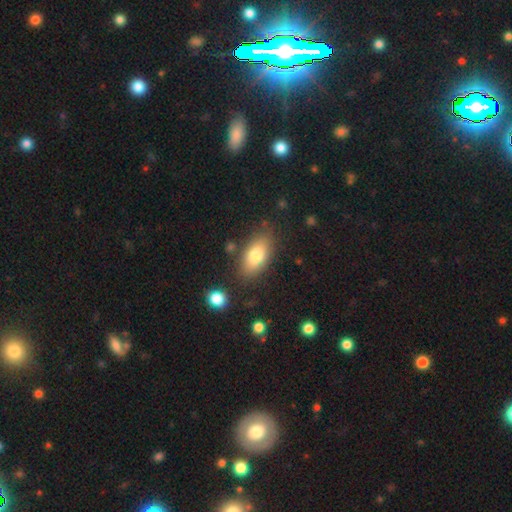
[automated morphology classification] Overall: smooth (80%). How rounded: in between (89%). Merging: none (79%).